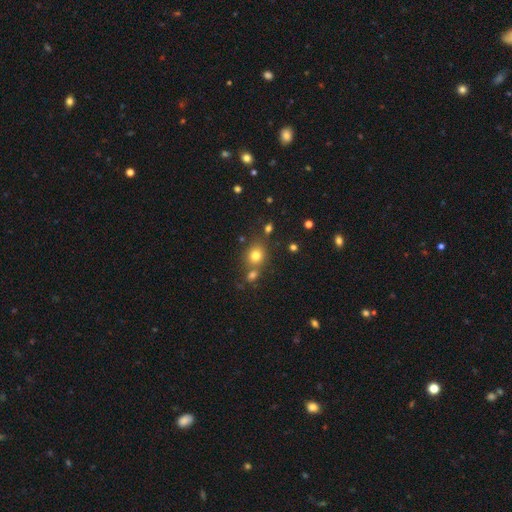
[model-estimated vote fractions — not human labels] A smooth galaxy with no disk features (77%) that is round (74%). Merging: none (63%).